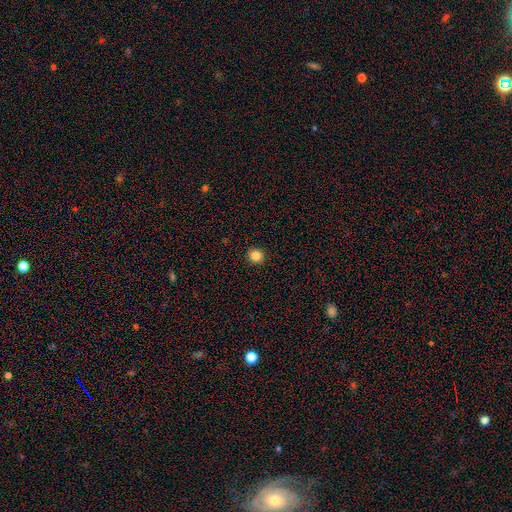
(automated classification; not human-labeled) The model was most divided on "smooth or featured": smooth: 85%, star or artifact: 11%, featured or disk: 4%. More confident: how rounded — round (94%); merging — none (93%).